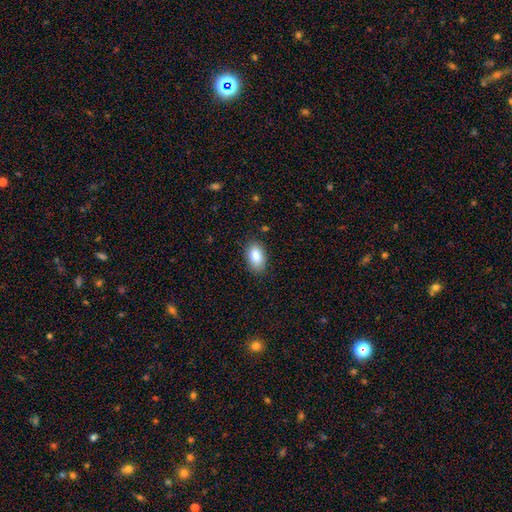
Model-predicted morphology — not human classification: Smooth or featured? smooth (85%)
How rounded? in between (92%)
Merging? none (85%)